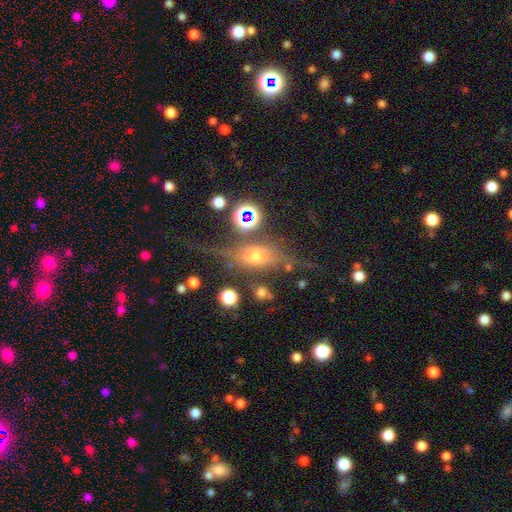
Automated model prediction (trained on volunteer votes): Overall: featured or disk (46%; smooth 37%). Merging: none (56%; minor disturbance 20%).